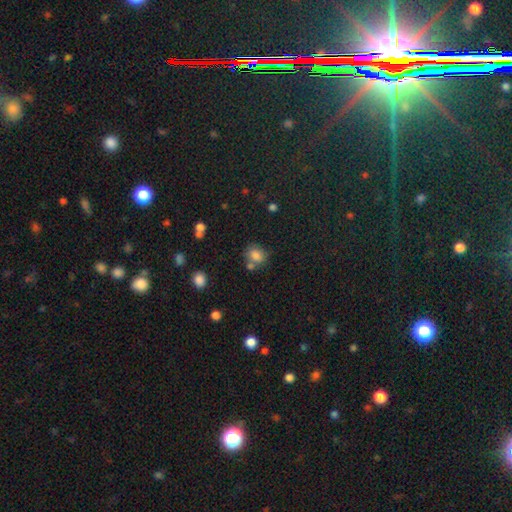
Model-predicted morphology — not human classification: Smooth or featured? smooth (80%)
How rounded? in between (51%)
Merging? none (54%)